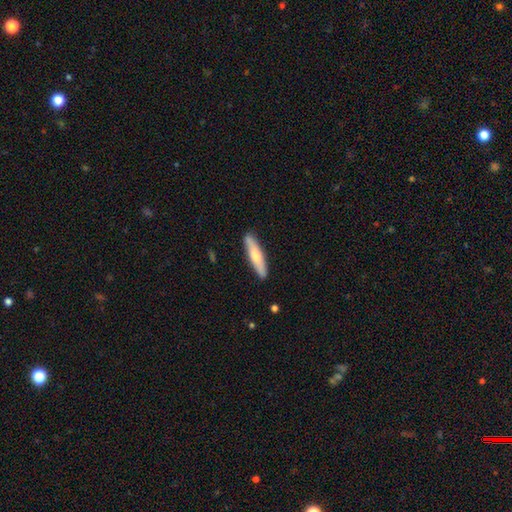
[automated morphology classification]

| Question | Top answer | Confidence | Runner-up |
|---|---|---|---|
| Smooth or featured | smooth | 64% | featured or disk (31%) |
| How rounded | cigar-shaped | 85% | in between (14%) |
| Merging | none | 89% | minor disturbance (9%) |